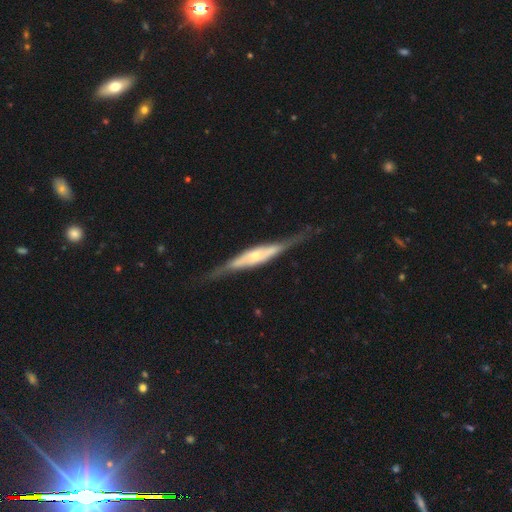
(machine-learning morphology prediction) Smooth or featured?
  - featured or disk: 76% *
  - smooth: 19%
  - star or artifact: 5%
Edge-on disk?
  - yes: 90% *
  - no: 10%
Edge-on bulge?
  - rounded: 59% *
  - boxy: 31%
  - none: 10%
Merging?
  - none: 77% *
  - minor disturbance: 16%
  - major disturbance: 6%
  - merger: 2%